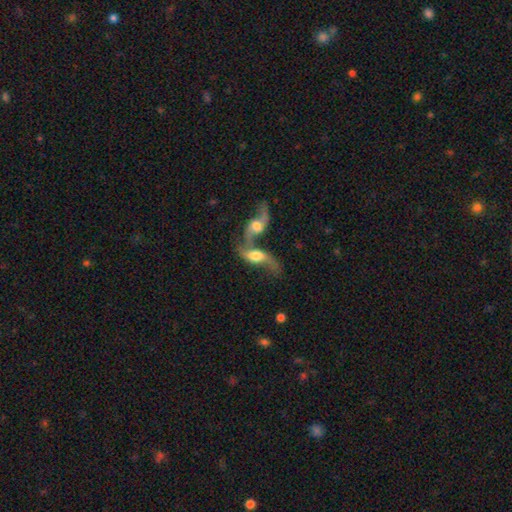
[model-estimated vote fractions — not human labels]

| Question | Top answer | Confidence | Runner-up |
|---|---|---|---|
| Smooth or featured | featured or disk | 65% | smooth (27%) |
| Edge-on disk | no | 87% | yes (13%) |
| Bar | no | 55% | weak (35%) |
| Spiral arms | yes | 83% | no (17%) |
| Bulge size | moderate | 53% | large (24%) |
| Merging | merger | 75% | none (12%) |